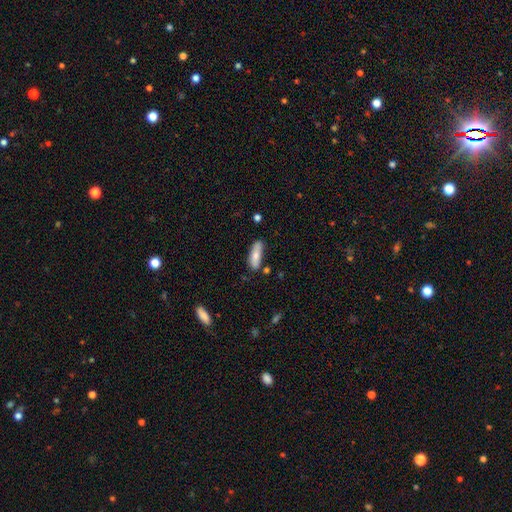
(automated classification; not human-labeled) Overall: smooth (74%). How rounded: in between (57%; cigar-shaped 41%). Merging: none (71%).